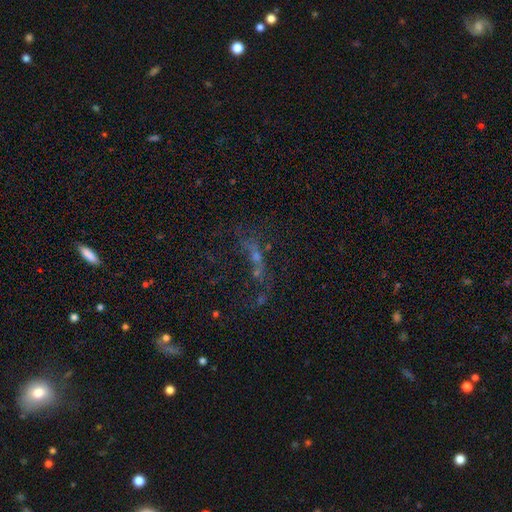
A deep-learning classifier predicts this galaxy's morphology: Smooth or featured?
  - star or artifact: 38% *
  - featured or disk: 36%
  - smooth: 26%